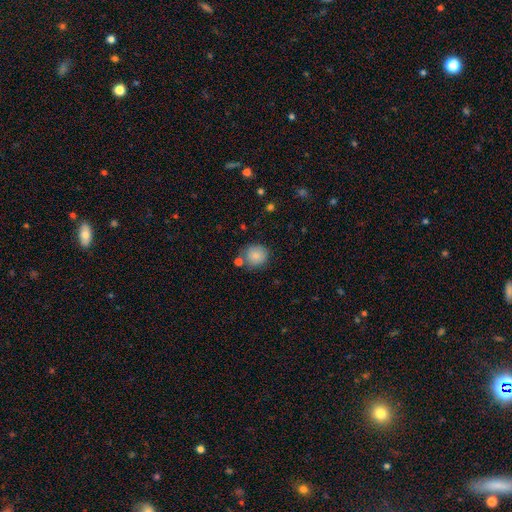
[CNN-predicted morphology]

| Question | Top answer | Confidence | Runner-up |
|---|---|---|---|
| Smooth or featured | smooth | 84% | star or artifact (9%) |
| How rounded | round | 88% | in between (11%) |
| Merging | none | 73% | minor disturbance (13%) |